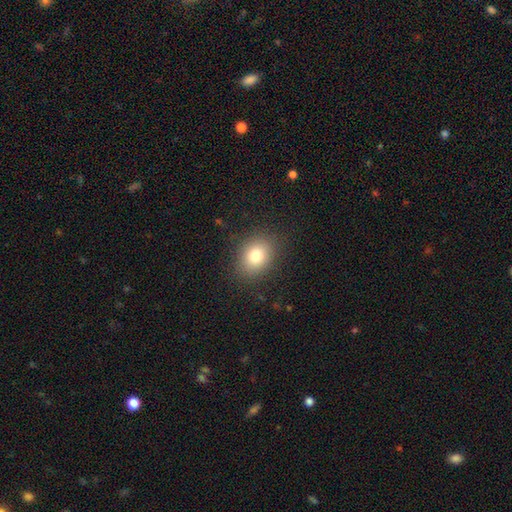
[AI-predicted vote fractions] The model was most divided on "how rounded": in between: 55%, round: 44%, cigar-shaped: 1%. More confident: merging — none (86%); smooth or featured — smooth (80%).